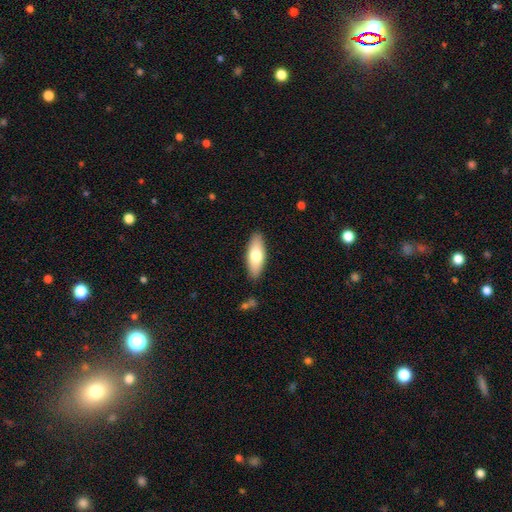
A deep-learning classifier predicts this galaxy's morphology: Overall: smooth (71%). How rounded: in between (68%; cigar-shaped 30%). Merging: none (88%).